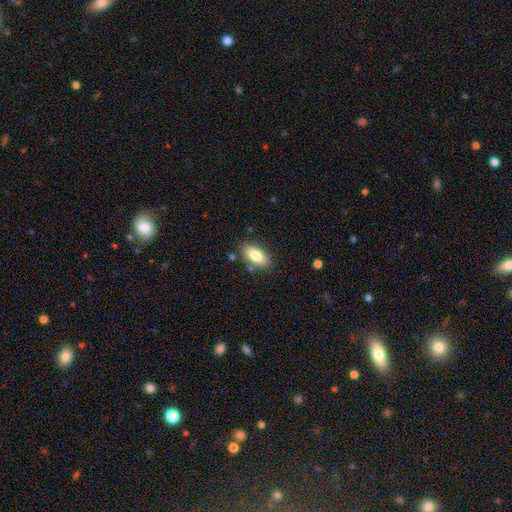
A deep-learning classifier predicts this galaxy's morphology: This is clearly a smooth galaxy (83%). How rounded: clearly in between (91%). Merging: clearly none (82%).